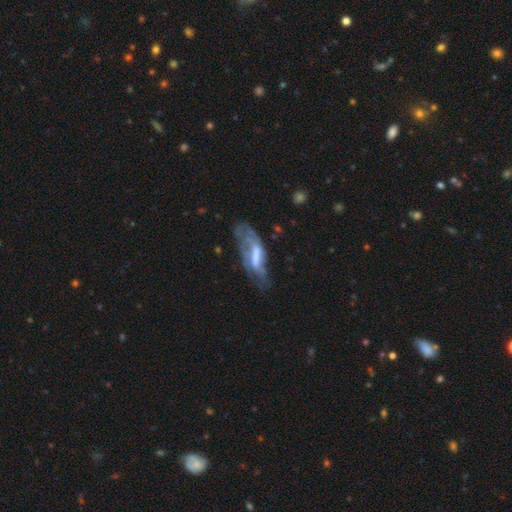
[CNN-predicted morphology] smooth_or_featured: featured or disk (p=0.60) [alt: smooth p=0.32]
disk_edge_on: no (p=0.84) [alt: yes p=0.16]
bar: strong (p=0.35) [alt: weak p=0.34]
has_spiral_arms: yes (p=0.51) [alt: no p=0.49]
bulge_size: moderate (p=0.33) [alt: none p=0.28]
merging: none (p=0.39) [alt: major disturbance p=0.30]